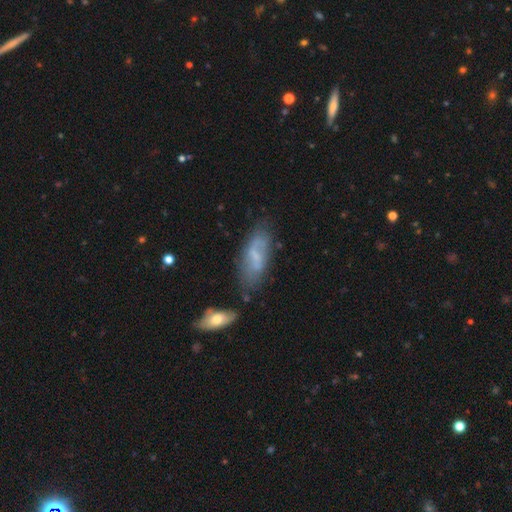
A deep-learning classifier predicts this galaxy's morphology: featured or disk 47%, smooth 45%, star or artifact 9%. Down the decision tree: merging — none (62%).